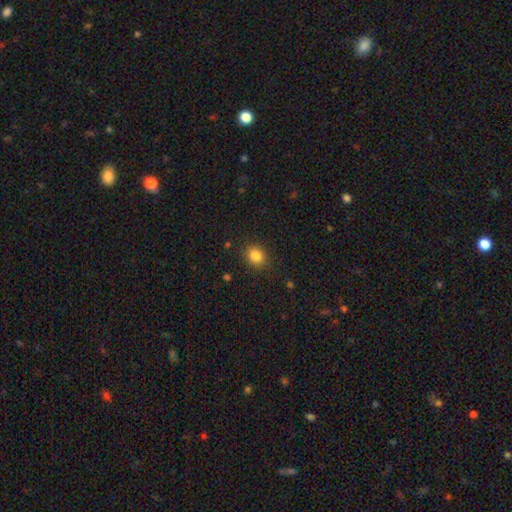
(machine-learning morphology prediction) A smooth galaxy with no disk features (85%) that is round (55%).

Vote fractions:
- Smooth or featured? smooth: 85% / star or artifact: 11% / featured or disk: 5%
- How rounded? round: 55% / in between: 44% / cigar-shaped: 1%
- Merging? none: 86% / minor disturbance: 10% / major disturbance: 3% / merger: 1%